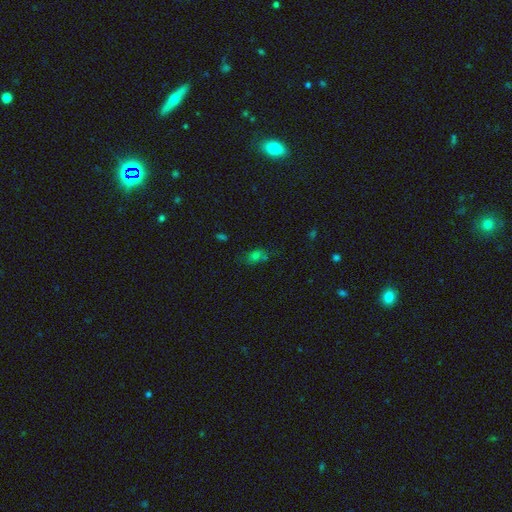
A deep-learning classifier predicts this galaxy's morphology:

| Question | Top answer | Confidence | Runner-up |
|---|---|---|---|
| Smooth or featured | smooth | 63% | star or artifact (24%) |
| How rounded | in between | 71% | round (24%) |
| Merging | none | 54% | minor disturbance (20%) |